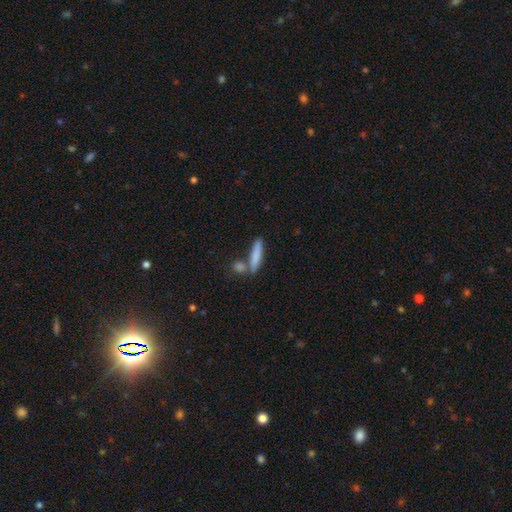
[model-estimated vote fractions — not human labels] This is likely a smooth galaxy (80%). How rounded: clearly cigar-shaped (84%). Merging: likely none (67%).